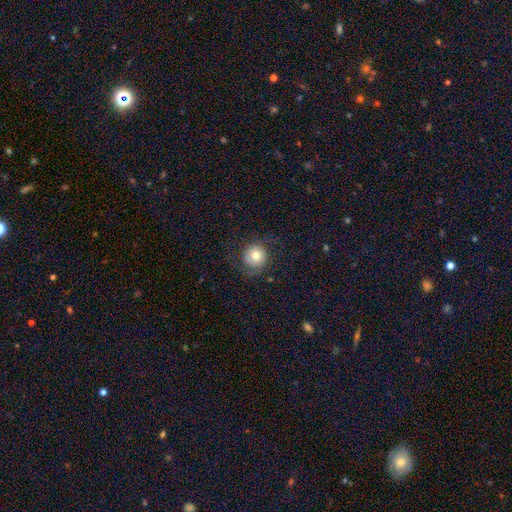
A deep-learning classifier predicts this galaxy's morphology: Smooth or featured: smooth — 50% (featured or disk — 40%)
How rounded: round — 89% (in between — 10%)
Merging: none — 68% (major disturbance — 16%)